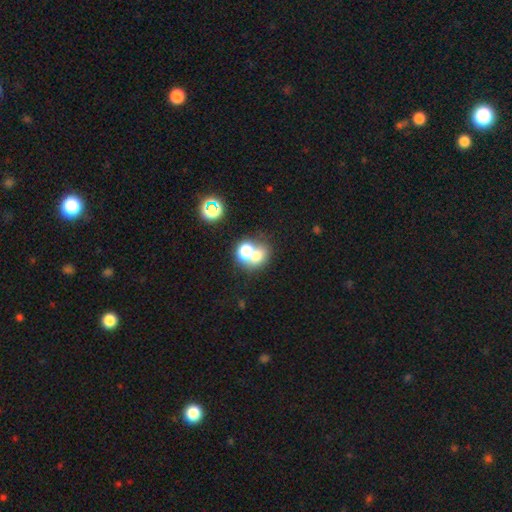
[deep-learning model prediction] Smooth or featured? Predicted: smooth (p=0.66). How rounded? Predicted: round (p=0.61). Merging? Predicted: merger (p=0.58).